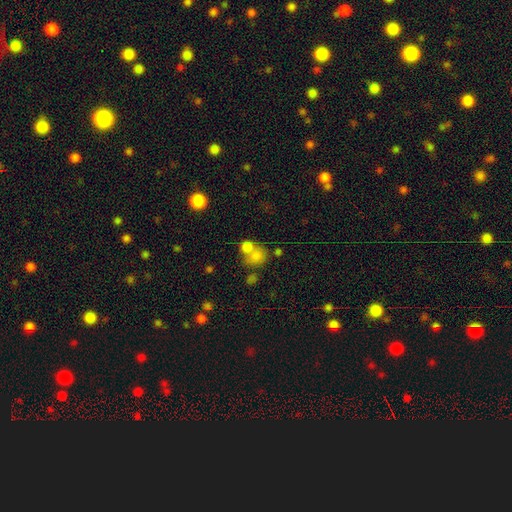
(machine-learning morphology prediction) Smooth or featured? smooth (75%)
How rounded? round (70%)
Merging? merger (50%)